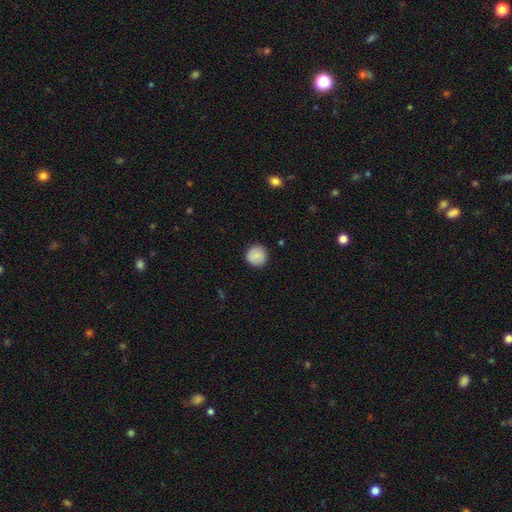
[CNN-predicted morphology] smooth-or-featured: smooth: 87% | star or artifact: 7% | featured or disk: 6%
  how-rounded: round: 94% | in between: 5% | cigar-shaped: 1%
  merging: none: 90% | minor disturbance: 7% | major disturbance: 2% | merger: 1%